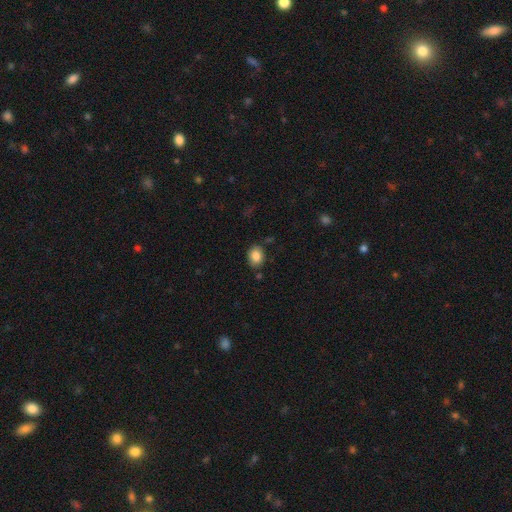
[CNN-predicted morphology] smooth-or-featured: smooth: 84% | star or artifact: 9% | featured or disk: 7%
  how-rounded: in between: 58% | round: 42% | cigar-shaped: 1%
  merging: none: 82% | minor disturbance: 12% | merger: 3% | major disturbance: 3%